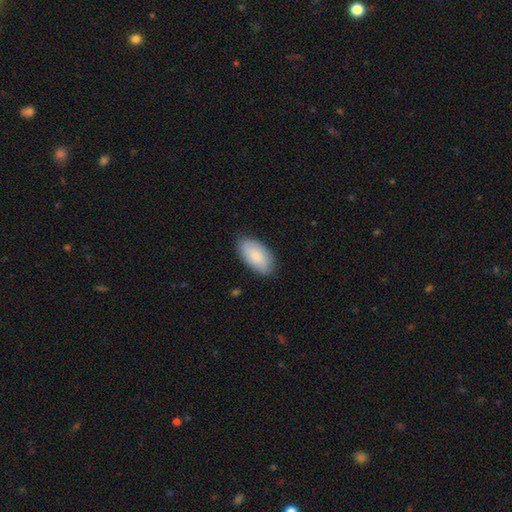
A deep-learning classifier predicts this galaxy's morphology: A smooth galaxy with no disk features (83%) that is in between round and cigar-shaped (95%). Merging: none (85%).